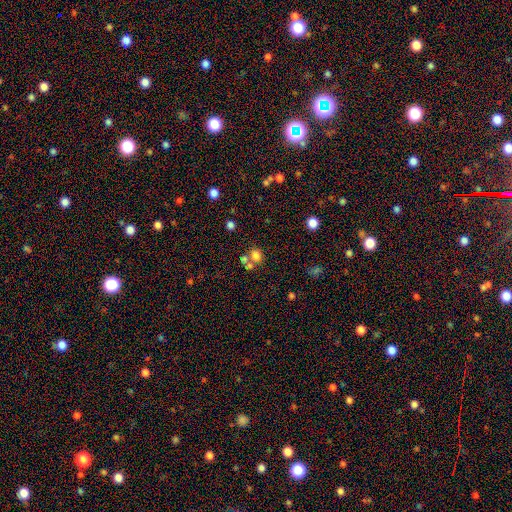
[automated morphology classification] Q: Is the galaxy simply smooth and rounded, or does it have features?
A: smooth — 75%.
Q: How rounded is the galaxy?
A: round — 69%.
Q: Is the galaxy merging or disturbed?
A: none — 54%.